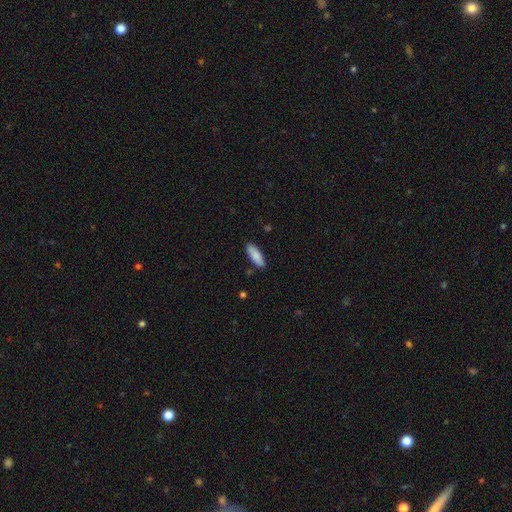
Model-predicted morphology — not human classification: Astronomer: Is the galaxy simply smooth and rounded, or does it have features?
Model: smooth — 87%.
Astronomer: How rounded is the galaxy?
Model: in between — 57% (runner-up: cigar-shaped, 41%).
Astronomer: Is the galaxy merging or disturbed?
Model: none — 86%.